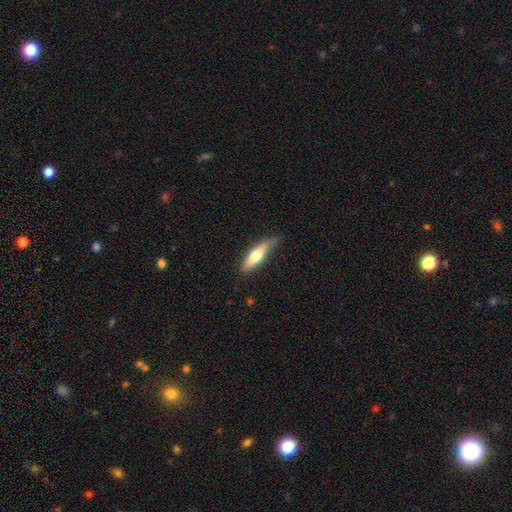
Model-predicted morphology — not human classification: Overall: smooth (54%; featured or disk 41%). How rounded: cigar-shaped (72%). Merging: none (71%).